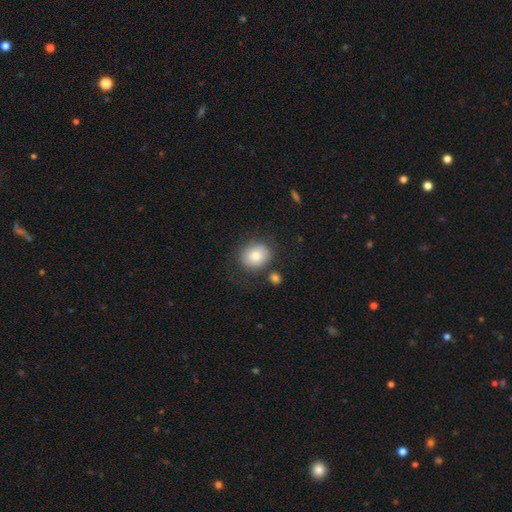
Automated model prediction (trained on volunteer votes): This is likely a smooth galaxy (78%). How rounded: likely round (71%). Merging: likely none (76%).